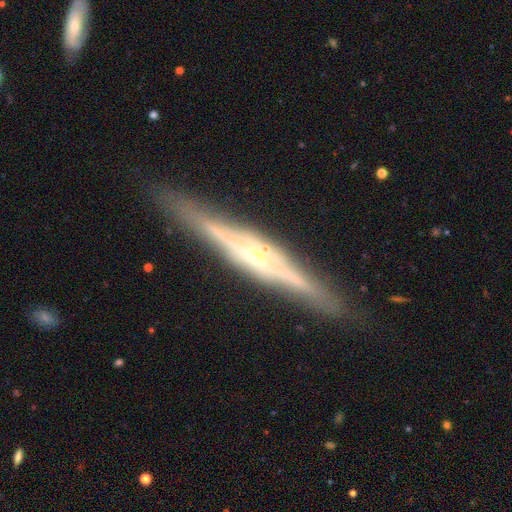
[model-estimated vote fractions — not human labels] A featured or disk galaxy (86%) viewed edge-on (96%) with a rounded central bulge (51%).

Vote fractions:
- Smooth or featured? featured or disk: 86% / smooth: 9% / star or artifact: 6%
- Edge-on disk? yes: 96% / no: 4%
- Edge-on bulge? rounded: 51% / boxy: 33% / none: 16%
- Merging? none: 87% / minor disturbance: 9% / major disturbance: 2% / merger: 1%